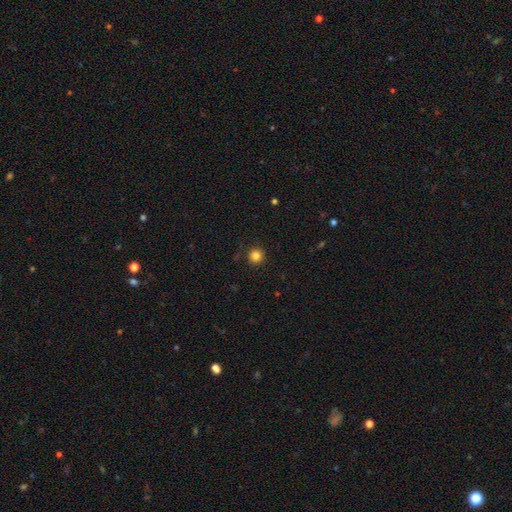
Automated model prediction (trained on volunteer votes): smooth 83%, star or artifact 12%, featured or disk 4%. Down the decision tree: how rounded — round (95%); merging — none (90%).